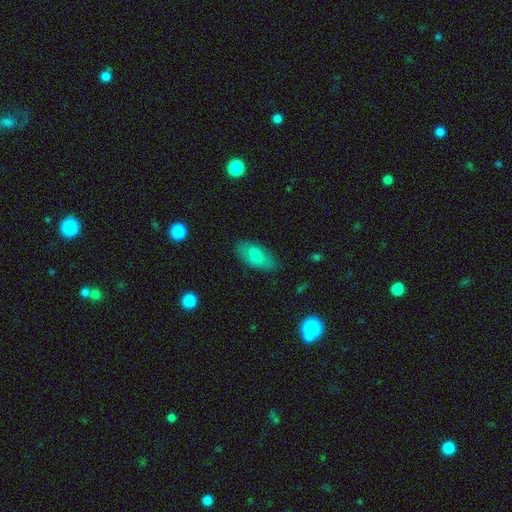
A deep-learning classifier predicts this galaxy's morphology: Smooth or featured: smooth — 78% (featured or disk — 16%)
How rounded: in between — 92% (cigar-shaped — 5%)
Merging: none — 81% (minor disturbance — 14%)